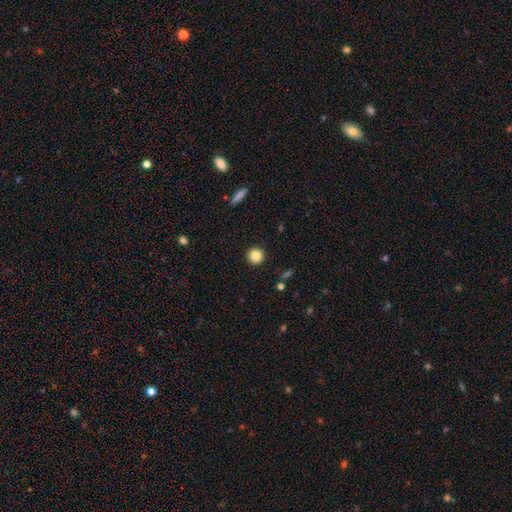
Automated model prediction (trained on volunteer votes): smooth 84%, star or artifact 10%, featured or disk 6%. Down the decision tree: how rounded — round (95%); merging — none (93%).